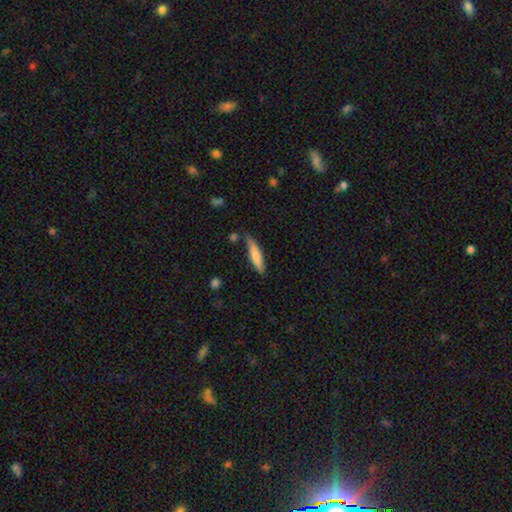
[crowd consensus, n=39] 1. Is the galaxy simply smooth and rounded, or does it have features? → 74% smooth, 23% featured or disk, 3% star or artifact.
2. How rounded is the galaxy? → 86% cigar-shaped, 14% in between, 0% round.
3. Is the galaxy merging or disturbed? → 53% none, 42% minor disturbance, 3% major disturbance, 3% merger.